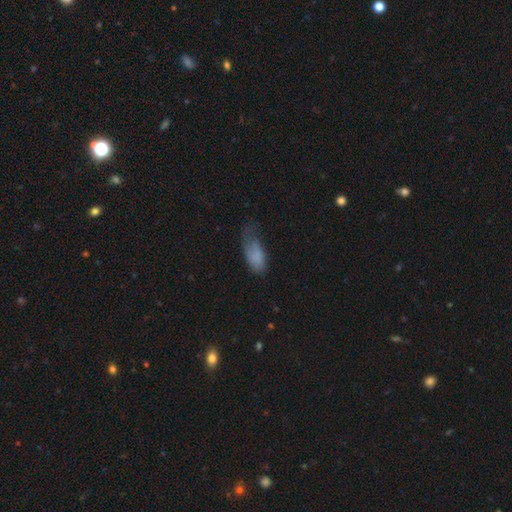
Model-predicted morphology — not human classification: Overall: smooth (76%). How rounded: in between (89%). Merging: minor disturbance (37%; major disturbance 33%).